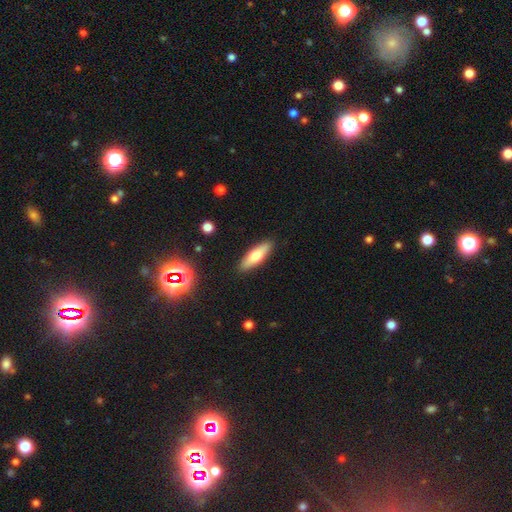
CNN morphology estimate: This is likely a smooth galaxy (64%). How rounded: possibly cigar-shaped (51%). Merging: clearly none (89%).